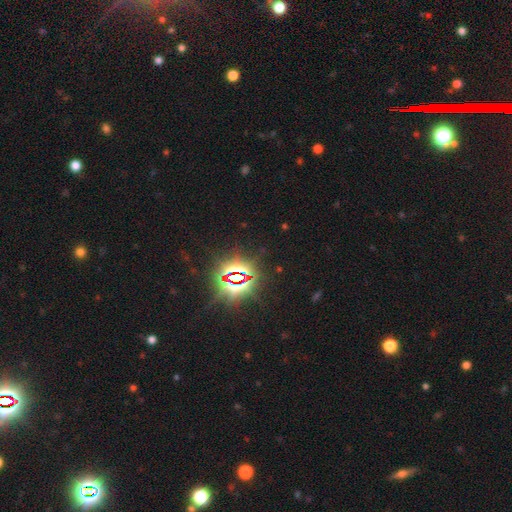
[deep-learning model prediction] This appears to be a star or artifact, not a galaxy (83%).